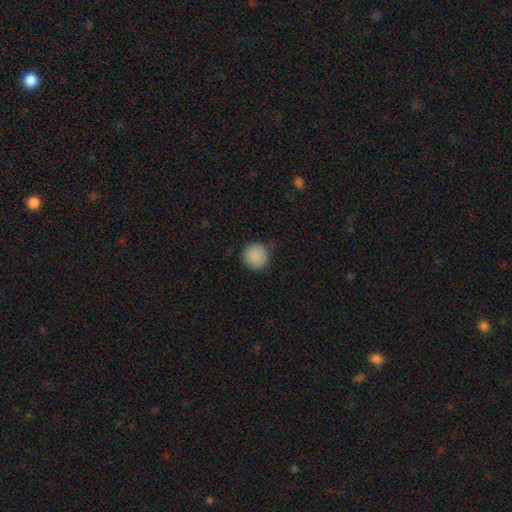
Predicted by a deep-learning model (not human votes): A smooth galaxy with no disk features (88%) that is round (92%). Merging: none (77%).